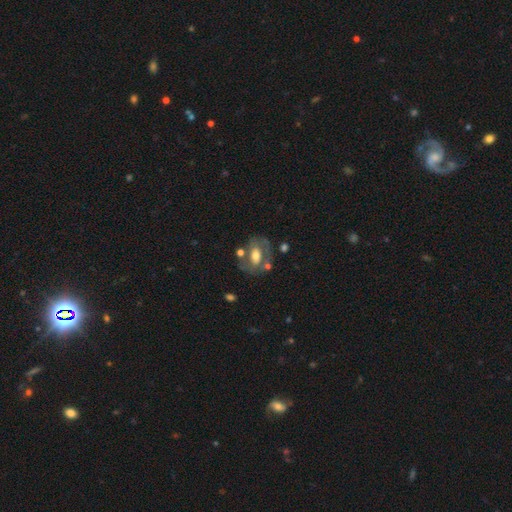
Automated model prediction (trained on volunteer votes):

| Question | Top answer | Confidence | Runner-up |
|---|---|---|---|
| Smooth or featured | featured or disk | 54% | smooth (39%) |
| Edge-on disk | no | 93% | yes (7%) |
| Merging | none | 56% | minor disturbance (19%) |